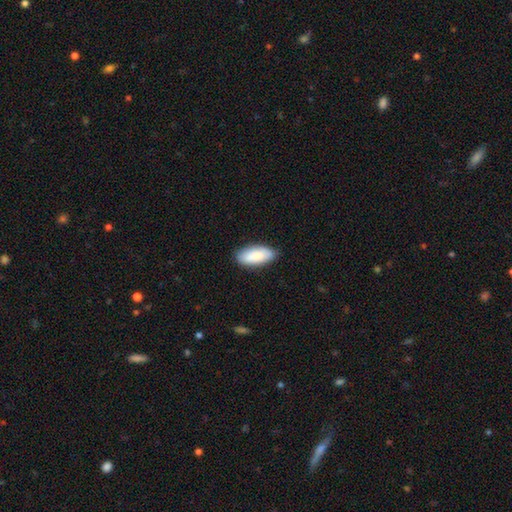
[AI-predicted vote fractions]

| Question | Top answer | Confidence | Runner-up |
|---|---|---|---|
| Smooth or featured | smooth | 84% | featured or disk (10%) |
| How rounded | in between | 87% | cigar-shaped (11%) |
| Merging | none | 84% | minor disturbance (13%) |